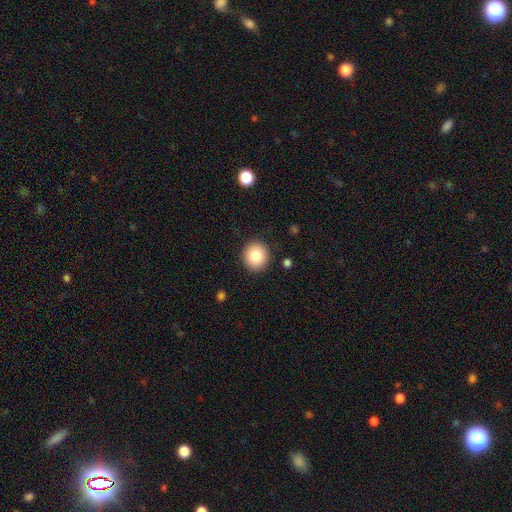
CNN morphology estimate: Q: Smooth or featured?
A: smooth (84%); runner-up: star or artifact (9%)
Q: How rounded?
A: round (88%); runner-up: in between (11%)
Q: Merging?
A: none (90%); runner-up: minor disturbance (6%)